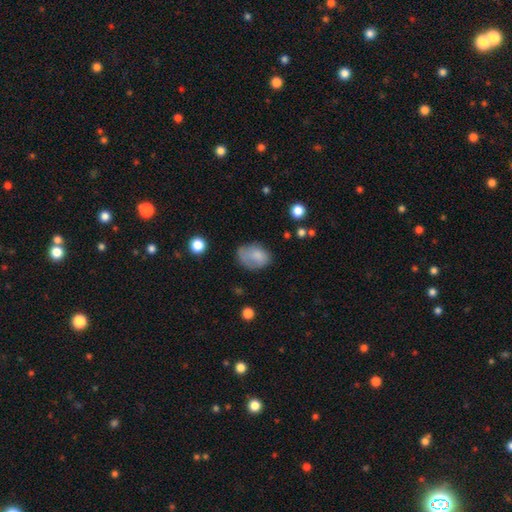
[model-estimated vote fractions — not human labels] A smooth galaxy with no disk features (75%) that is in between round and cigar-shaped (77%).

Vote fractions:
- Smooth or featured? smooth: 75% / featured or disk: 16% / star or artifact: 9%
- How rounded? in between: 77% / round: 22% / cigar-shaped: 1%
- Merging? none: 49% / minor disturbance: 31% / major disturbance: 17% / merger: 3%